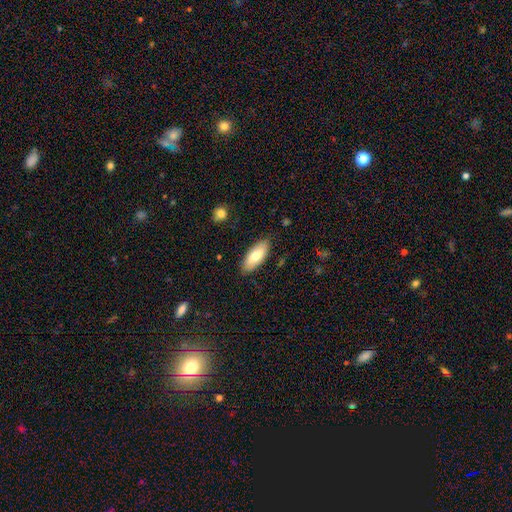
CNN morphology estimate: A smooth galaxy with no disk features (75%) that is in between round and cigar-shaped (82%). Merging: none (86%).